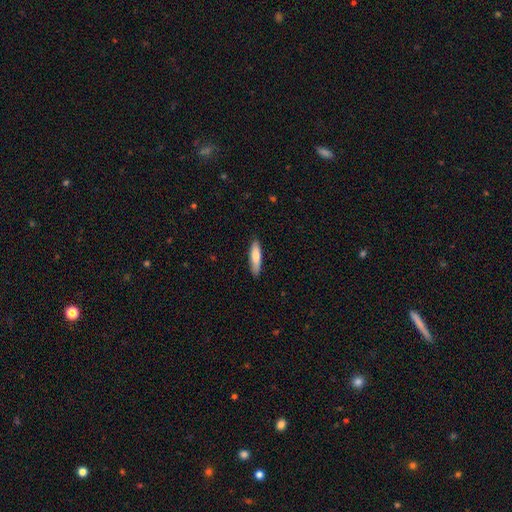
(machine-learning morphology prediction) Smooth or featured?
  - smooth: 77% *
  - featured or disk: 18%
  - star or artifact: 6%
How rounded?
  - cigar-shaped: 70% *
  - in between: 28%
  - round: 1%
Merging?
  - none: 87% *
  - minor disturbance: 10%
  - major disturbance: 2%
  - merger: 1%